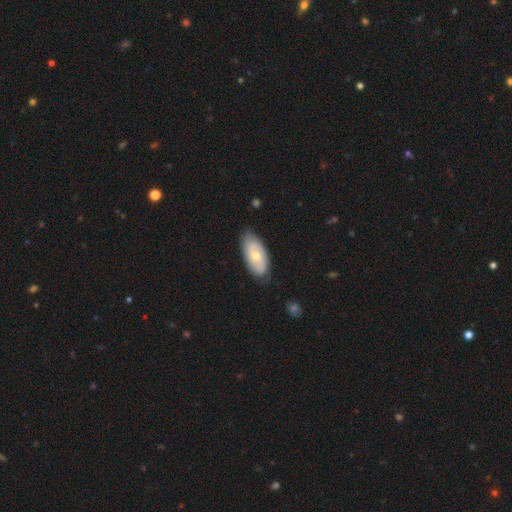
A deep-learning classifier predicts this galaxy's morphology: smooth_or_featured: featured or disk (p=0.48) [alt: smooth p=0.46]
merging: none (p=0.76) [alt: minor disturbance p=0.19]